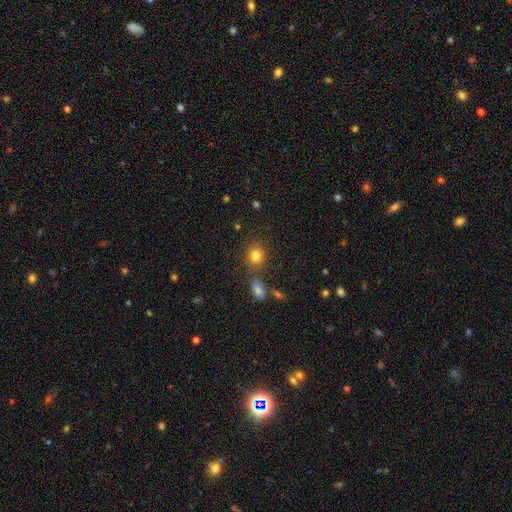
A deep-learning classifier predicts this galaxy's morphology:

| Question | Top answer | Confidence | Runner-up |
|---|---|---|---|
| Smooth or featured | smooth | 81% | star or artifact (12%) |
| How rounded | round | 79% | in between (19%) |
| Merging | none | 75% | minor disturbance (11%) |